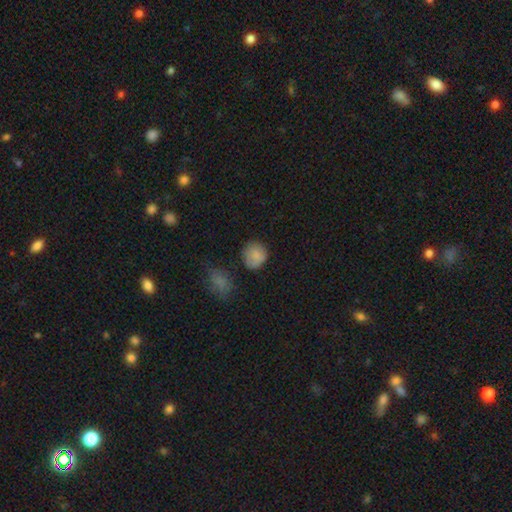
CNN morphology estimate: Smooth or featured? Predicted: smooth (p=0.84). How rounded? Predicted: round (p=0.85). Merging? Predicted: none (p=0.73).